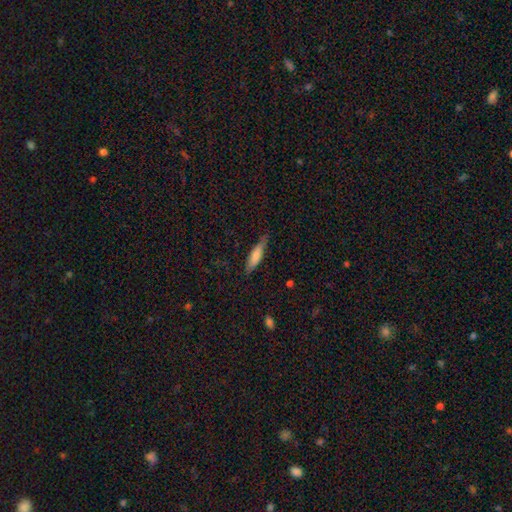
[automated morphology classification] Q: Smooth or featured?
A: smooth (75%); runner-up: featured or disk (19%)
Q: How rounded?
A: cigar-shaped (68%); runner-up: in between (30%)
Q: Merging?
A: none (72%); runner-up: minor disturbance (22%)